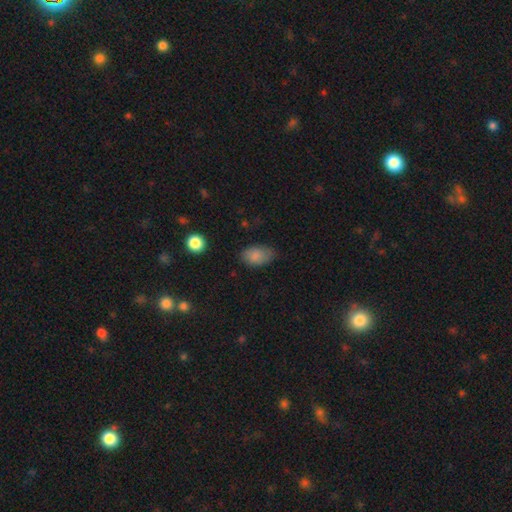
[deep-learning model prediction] smooth 85%, star or artifact 8%, featured or disk 7%. Down the decision tree: how rounded — in between (90%); merging — none (70%).